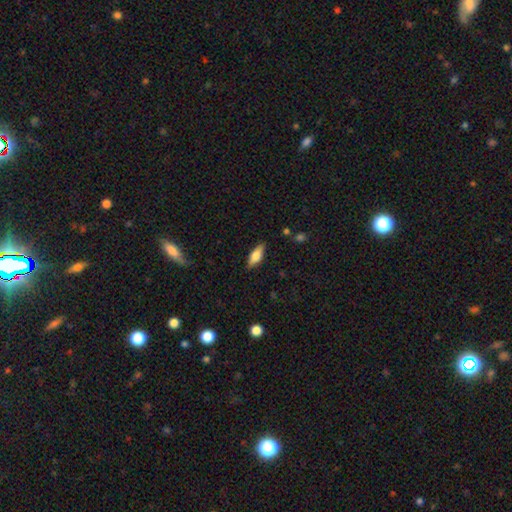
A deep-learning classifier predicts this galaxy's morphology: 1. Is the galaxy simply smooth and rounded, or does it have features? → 70% smooth, 23% featured or disk, 7% star or artifact.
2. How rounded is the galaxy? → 72% in between, 25% cigar-shaped, 3% round.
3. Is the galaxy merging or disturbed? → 86% none, 11% minor disturbance, 2% major disturbance, 1% merger.